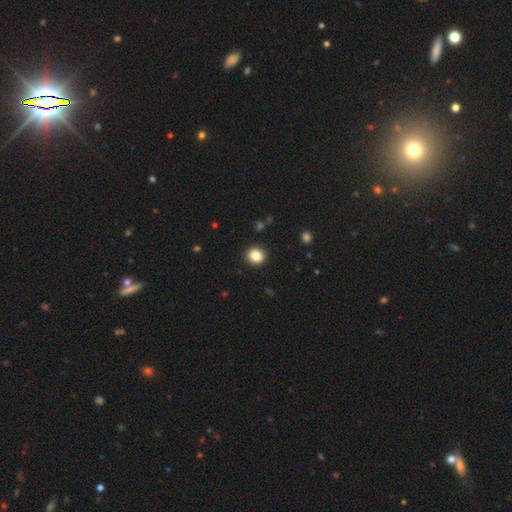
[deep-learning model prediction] Smooth or featured? Predicted: smooth (p=0.85). How rounded? Predicted: round (p=0.86). Merging? Predicted: none (p=0.92).